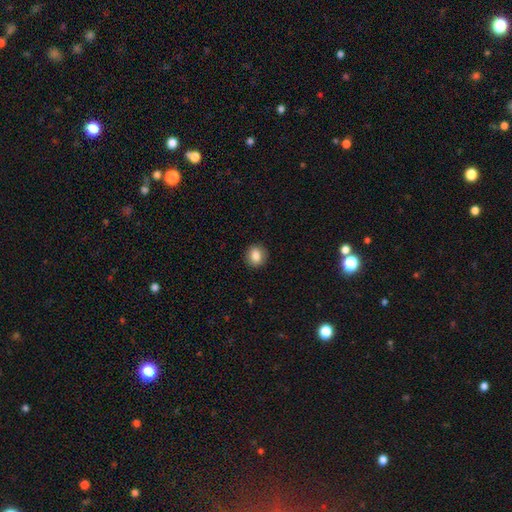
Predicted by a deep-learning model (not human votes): A smooth galaxy with no disk features (85%) that is round (73%). Merging: none (90%).